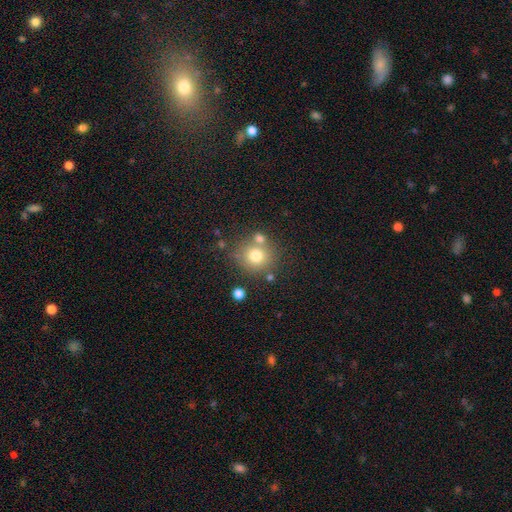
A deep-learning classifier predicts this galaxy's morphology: Smooth or featured? Predicted: smooth (p=0.74). How rounded? Predicted: round (p=0.89). Merging? Predicted: none (p=0.70).